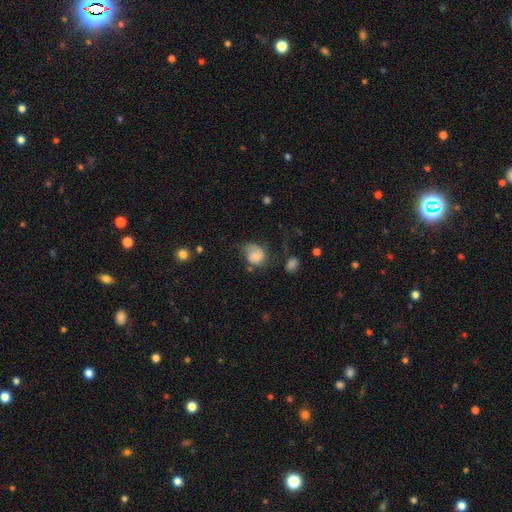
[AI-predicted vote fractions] Smooth or featured?
  - smooth: 56% *
  - featured or disk: 35%
  - star or artifact: 9%
How rounded?
  - round: 62% *
  - in between: 37%
  - cigar-shaped: 1%
Merging?
  - none: 37% *
  - minor disturbance: 30%
  - major disturbance: 28%
  - merger: 5%